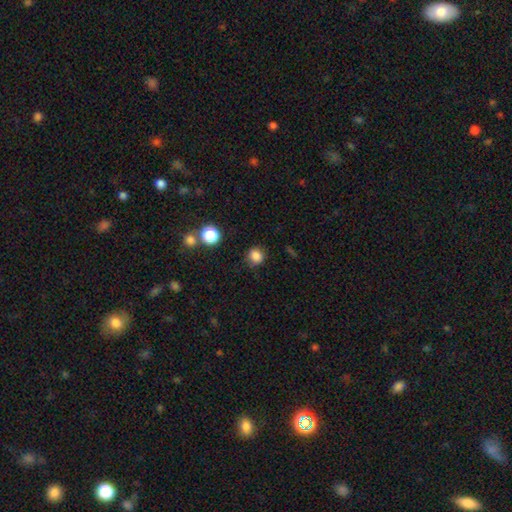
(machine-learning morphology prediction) The model was most divided on "merging": none: 77%, minor disturbance: 16%, major disturbance: 4%, merger: 3%. More confident: smooth or featured — smooth (84%); how rounded — round (83%).